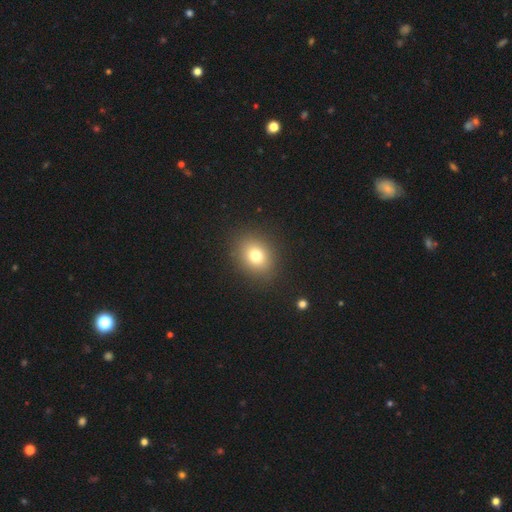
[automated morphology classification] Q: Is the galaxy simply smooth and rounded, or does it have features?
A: smooth — 77%.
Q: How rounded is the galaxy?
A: round — 51%.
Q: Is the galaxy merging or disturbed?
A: none — 87%.